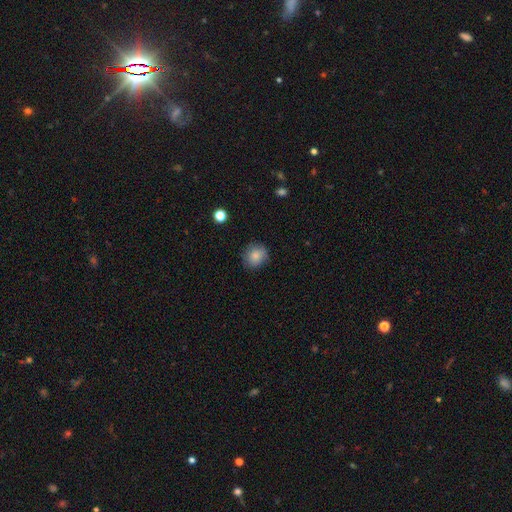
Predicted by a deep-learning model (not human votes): Smooth or featured? Predicted: smooth (p=0.85). How rounded? Predicted: round (p=0.83). Merging? Predicted: none (p=0.83).